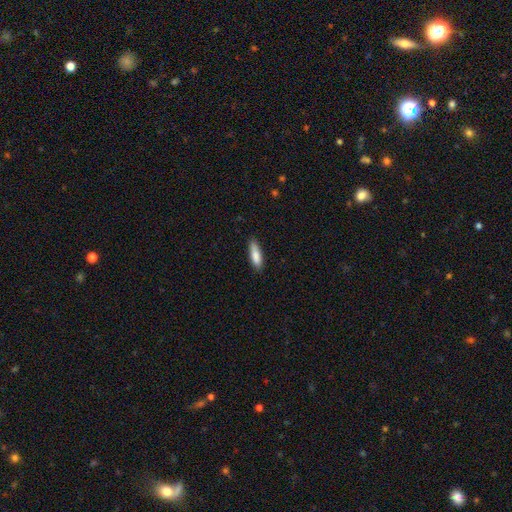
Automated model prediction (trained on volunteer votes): Smooth or featured: smooth — 84% (featured or disk — 10%)
How rounded: cigar-shaped — 58% (in between — 40%)
Merging: none — 84% (minor disturbance — 13%)